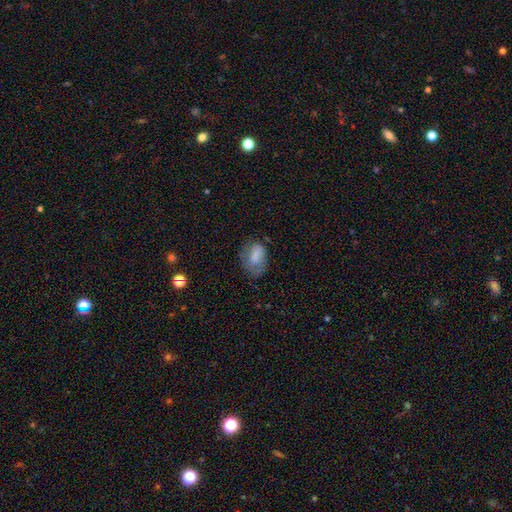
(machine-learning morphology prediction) Smooth or featured? Predicted: smooth (p=0.71). How rounded? Predicted: in between (p=0.82). Merging? Predicted: none (p=0.46).